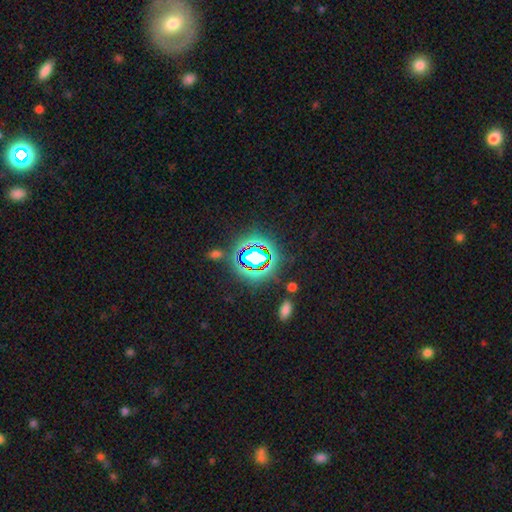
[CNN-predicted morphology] smooth-or-featured: star or artifact: 73% | smooth: 18% | featured or disk: 10%